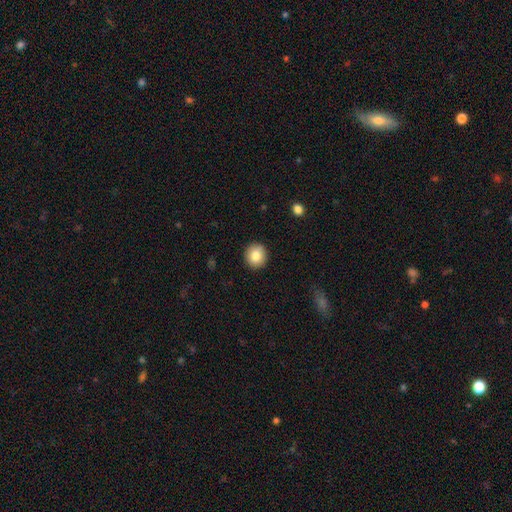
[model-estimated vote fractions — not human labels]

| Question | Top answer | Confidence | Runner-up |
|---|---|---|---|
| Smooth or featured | smooth | 83% | star or artifact (9%) |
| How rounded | round | 89% | in between (10%) |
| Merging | none | 92% | minor disturbance (6%) |